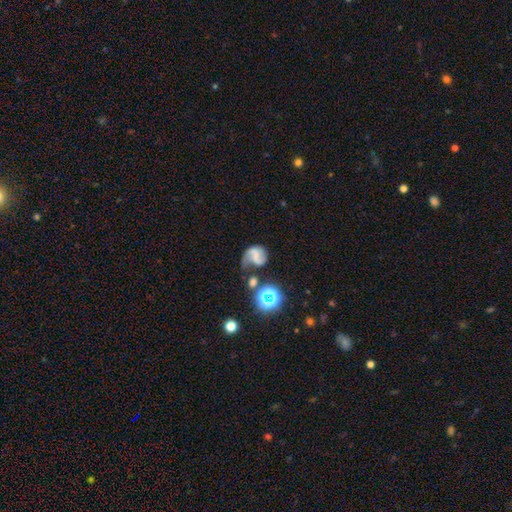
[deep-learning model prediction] This is possibly a featured or disk galaxy (58%). It is clearly not viewed edge-on (98%). Bar: marginally weak (41%). Spiral arm pattern: clearly yes (87%). Central bulge: possibly none (47%). Merging: marginally none (38%).